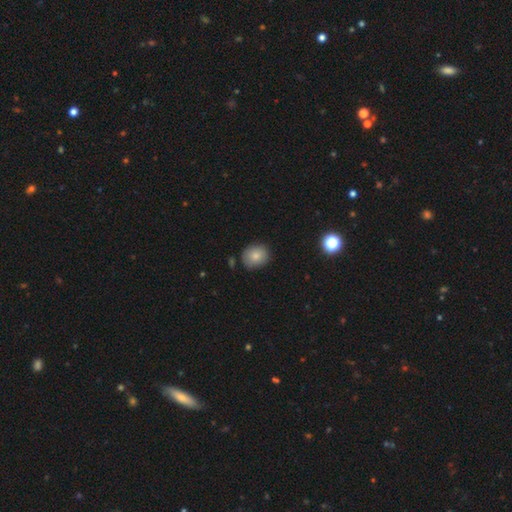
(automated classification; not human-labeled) Overall: smooth (82%). How rounded: round (65%; in between 34%). Merging: none (83%).